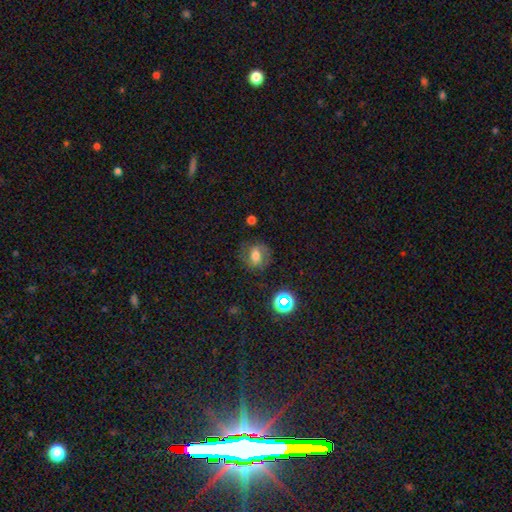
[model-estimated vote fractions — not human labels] This is possibly a smooth galaxy (47%). Merging: likely none (73%).